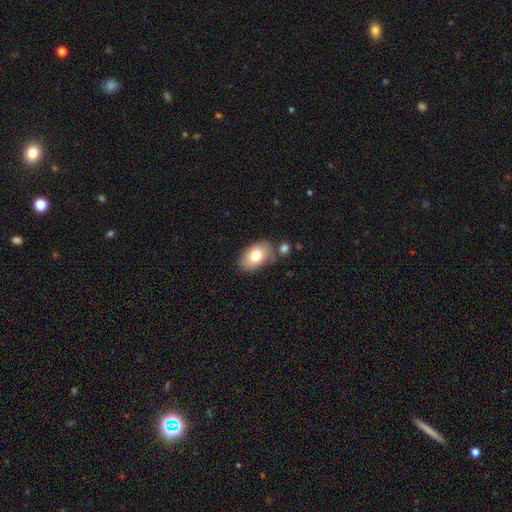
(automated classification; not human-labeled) This appears to be a smooth galaxy with no disk features (76%) that is in between round and cigar-shaped (90%). Merging: none (73%).